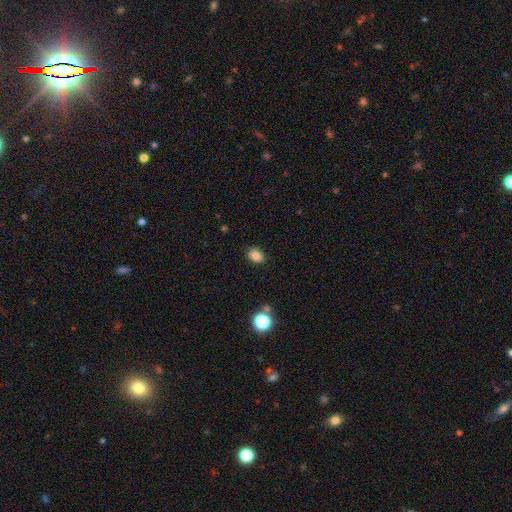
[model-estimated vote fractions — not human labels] This is clearly a smooth galaxy (83%). How rounded: likely in between (72%). Merging: clearly none (86%).